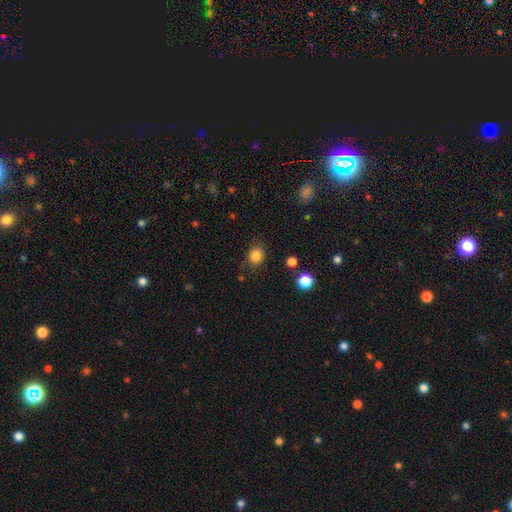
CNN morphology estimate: This appears to be a smooth galaxy with no disk features (84%) that is round (67%). Merging: none (80%).